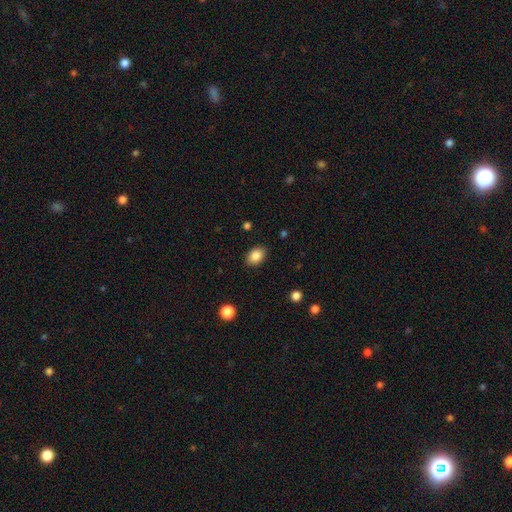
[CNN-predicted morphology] A smooth galaxy with no disk features (86%) that is in between round and cigar-shaped (78%). Merging: none (87%).